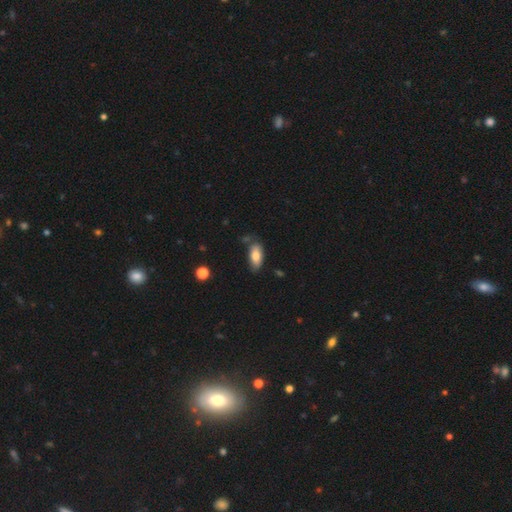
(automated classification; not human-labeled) Smooth or featured?
  - smooth: 79% *
  - featured or disk: 15%
  - star or artifact: 7%
How rounded?
  - in between: 90% *
  - cigar-shaped: 8%
  - round: 3%
Merging?
  - none: 68% *
  - minor disturbance: 22%
  - merger: 5%
  - major disturbance: 5%